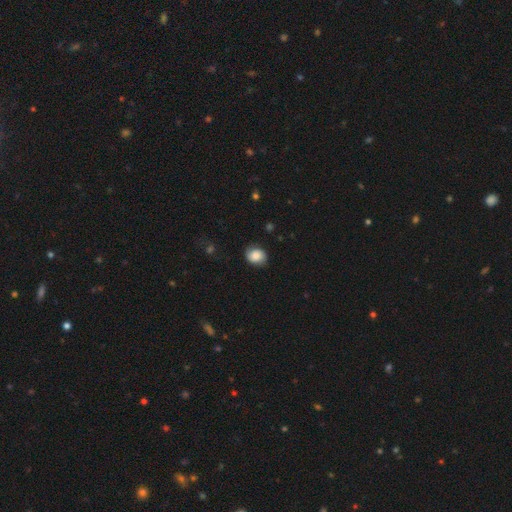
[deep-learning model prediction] A smooth galaxy with no disk features (79%) that is round (60%). Merging: none (81%).